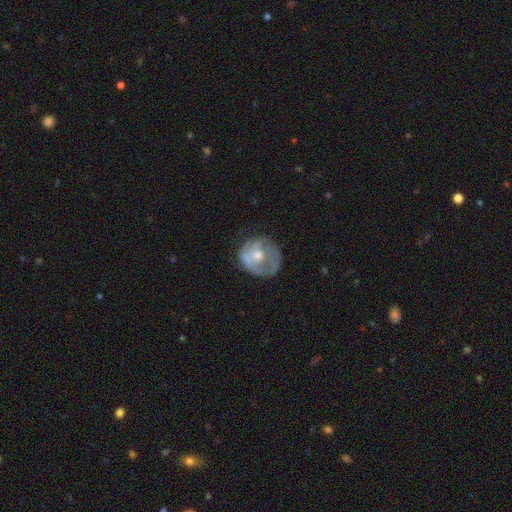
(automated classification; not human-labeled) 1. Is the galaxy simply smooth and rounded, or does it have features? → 54% featured or disk, 39% smooth, 7% star or artifact.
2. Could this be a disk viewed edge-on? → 97% no, 3% yes.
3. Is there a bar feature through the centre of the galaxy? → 80% no, 16% weak, 3% strong.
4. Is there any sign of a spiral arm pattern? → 60% no, 40% yes.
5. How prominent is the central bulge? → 62% moderate, 30% small, 4% large, 3% none, 1% dominant.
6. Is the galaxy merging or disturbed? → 50% none, 26% minor disturbance, 22% major disturbance, 2% merger.